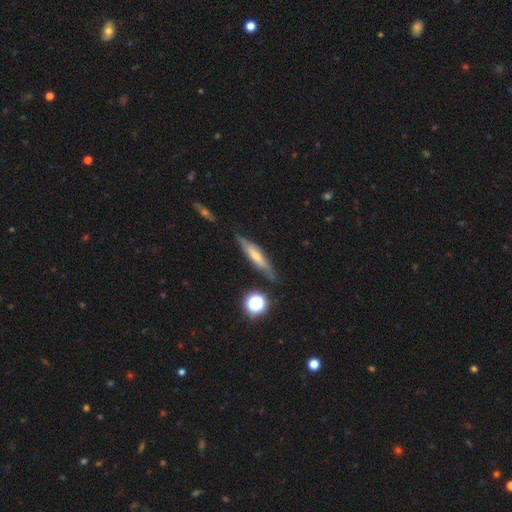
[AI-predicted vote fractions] Smooth or featured: featured or disk — 47% (smooth — 44%)
Merging: none — 74% (minor disturbance — 18%)